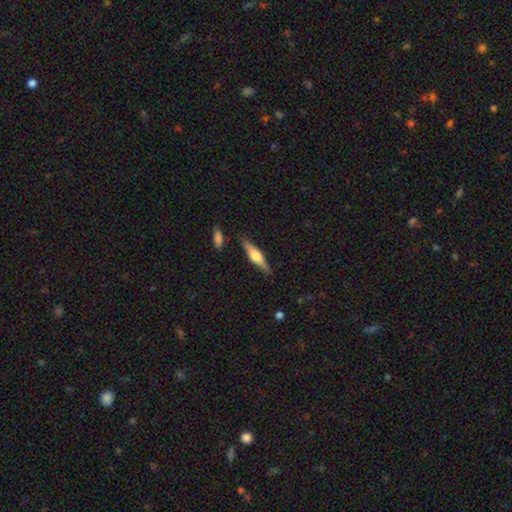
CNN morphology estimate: The model was most divided on "smooth or featured": featured or disk: 55%, smooth: 39%, star or artifact: 6%. More confident: edge-on disk — yes (95%); edge-on bulge — rounded (87%); merging — none (85%).